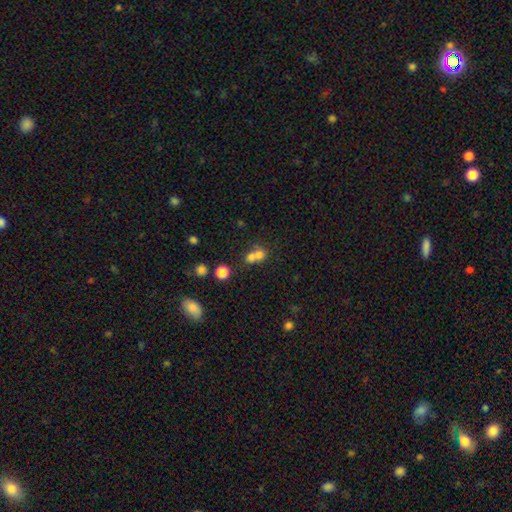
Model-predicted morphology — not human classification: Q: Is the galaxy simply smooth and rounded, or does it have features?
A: smooth — 69%.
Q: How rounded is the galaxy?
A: round — 71%.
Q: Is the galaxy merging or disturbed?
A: merger — 64%.